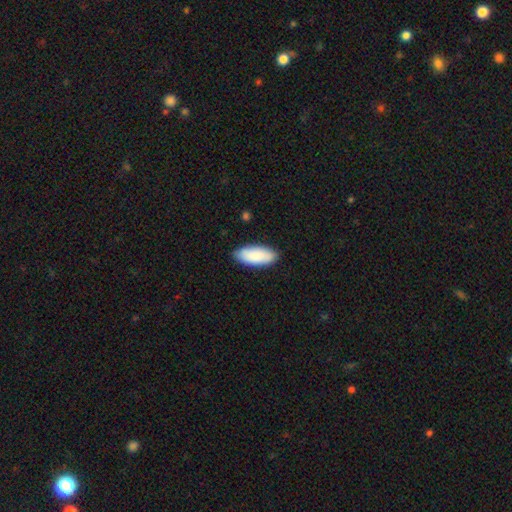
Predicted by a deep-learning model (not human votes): Morphology: type=smooth (88%); roundness=in between (85%); merging=none (85%).